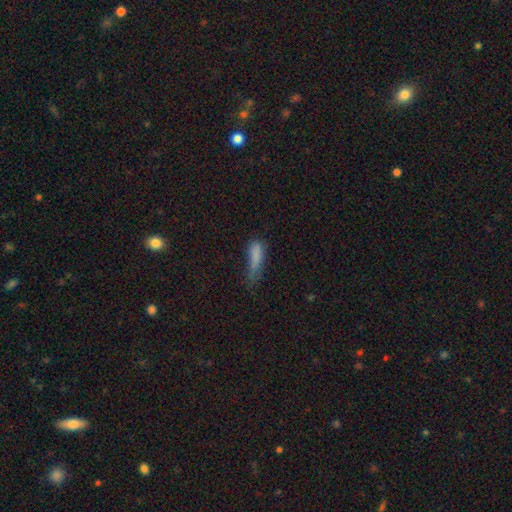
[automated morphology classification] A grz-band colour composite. It shows a smooth galaxy with no disk features (78%) that is cigar-shaped (50%). Merging: minor disturbance (36%).